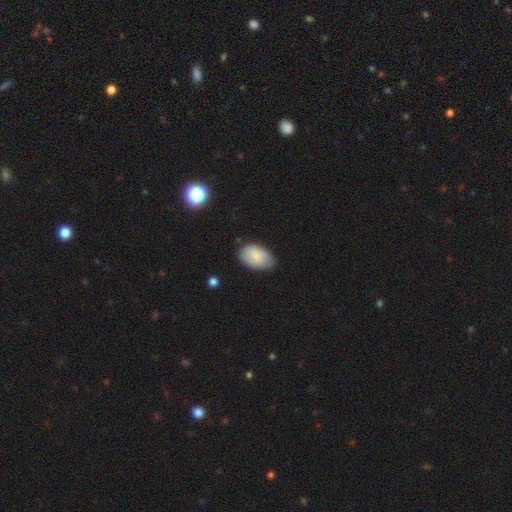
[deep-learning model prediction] smooth_or_featured: smooth (p=0.81) [alt: featured or disk p=0.12]
how_rounded: in between (p=0.92) [alt: round p=0.07]
merging: none (p=0.66) [alt: minor disturbance p=0.28]